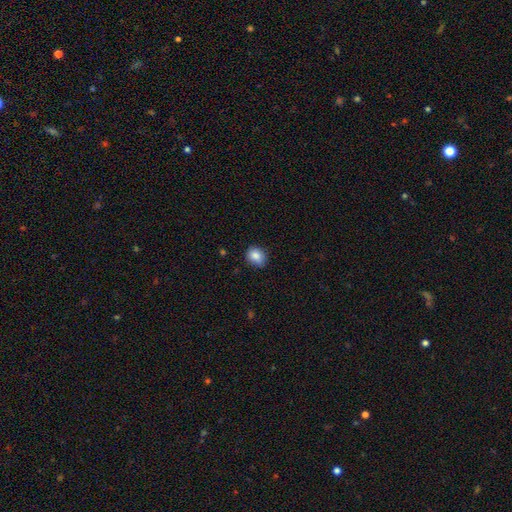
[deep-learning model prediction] Smooth or featured? Predicted: smooth (p=0.85). How rounded? Predicted: round (p=0.51). Merging? Predicted: none (p=0.79).